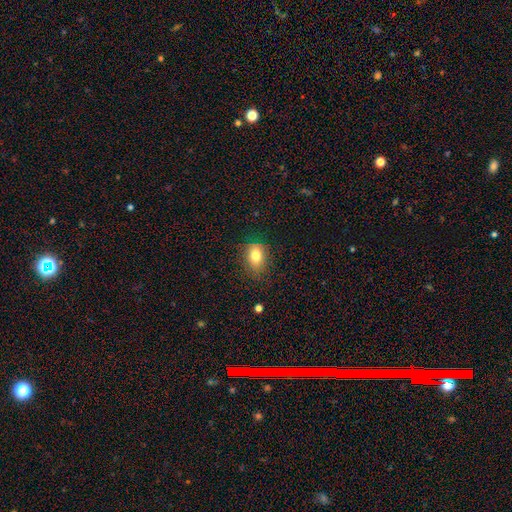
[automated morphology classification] smooth_or_featured: smooth (p=0.79) [alt: star or artifact p=0.11]
how_rounded: in between (p=0.65) [alt: round p=0.34]
merging: none (p=0.73) [alt: minor disturbance p=0.20]